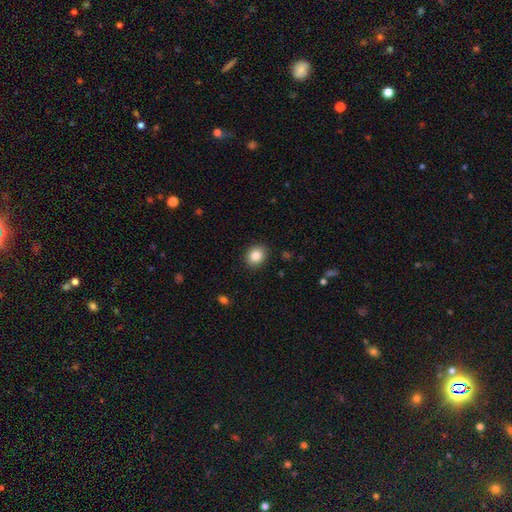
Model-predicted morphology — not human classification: Smooth or featured: smooth — 85% (star or artifact — 9%)
How rounded: round — 65% (in between — 34%)
Merging: none — 90% (minor disturbance — 7%)